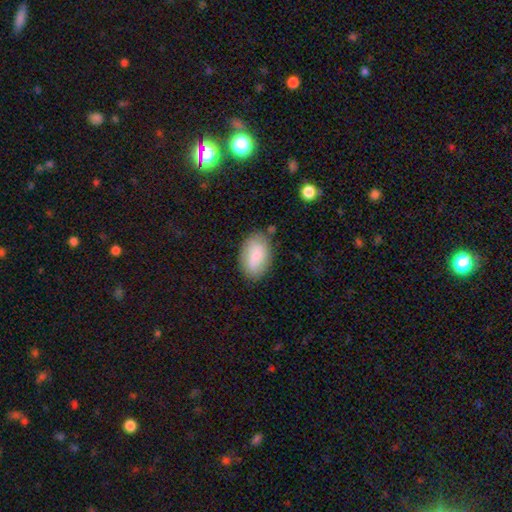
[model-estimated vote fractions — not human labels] The model was most divided on "smooth or featured": smooth: 77%, featured or disk: 16%, star or artifact: 7%. More confident: how rounded — in between (90%); merging — none (78%).